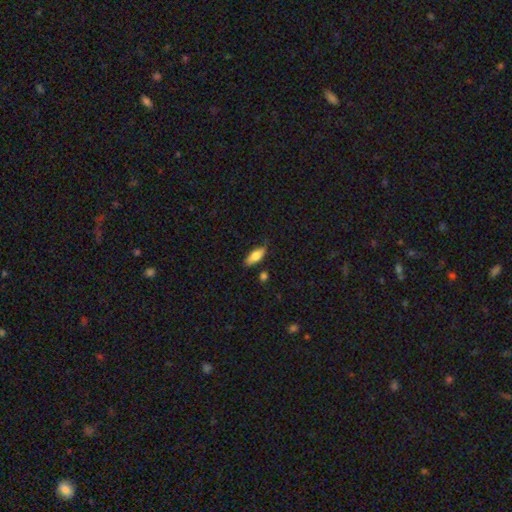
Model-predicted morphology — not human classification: The model was most divided on "how rounded": in between: 68%, cigar-shaped: 30%, round: 3%. More confident: merging — none (77%); smooth or featured — smooth (71%).